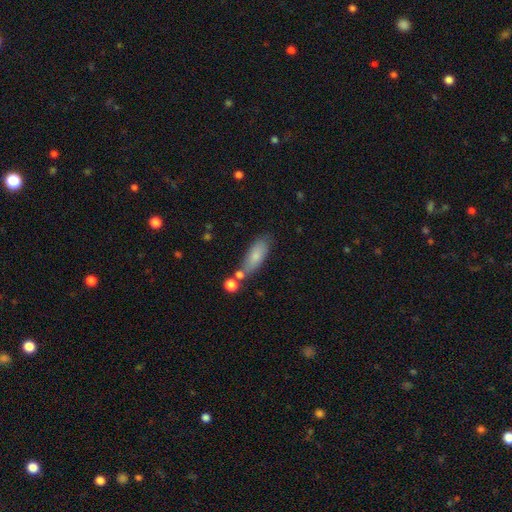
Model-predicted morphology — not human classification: This appears to be a smooth galaxy with no disk features (79%) that is in between round and cigar-shaped (66%). Merging: none (65%).